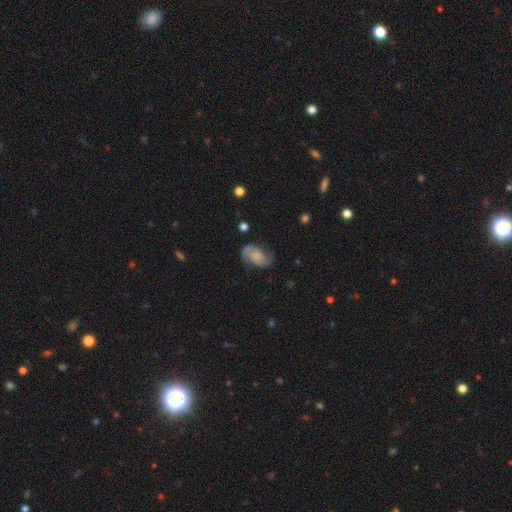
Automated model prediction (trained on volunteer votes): featured or disk 66%, smooth 26%, star or artifact 8%. Down the decision tree: edge-on disk — no (97%); bar — no (67%); spiral arms — yes (92%); spiral arm count — 2 (88%); spiral winding — medium (45%); bulge size — none (43%); merging — none (68%).